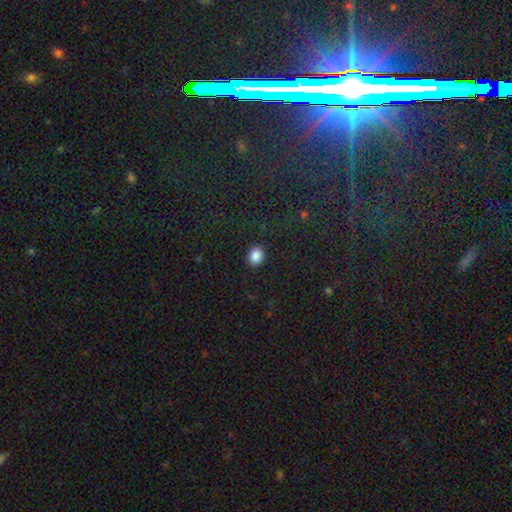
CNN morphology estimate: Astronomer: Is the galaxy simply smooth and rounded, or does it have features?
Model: smooth — 87%.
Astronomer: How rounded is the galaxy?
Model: in between — 51% (runner-up: round, 49%).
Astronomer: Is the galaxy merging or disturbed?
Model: none — 90%.